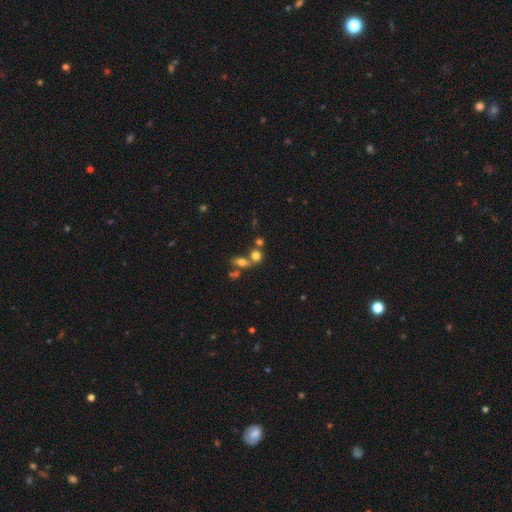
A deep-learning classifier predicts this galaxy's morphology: This is likely a smooth galaxy (72%). How rounded: likely round (60%). Merging: possibly none (46%).